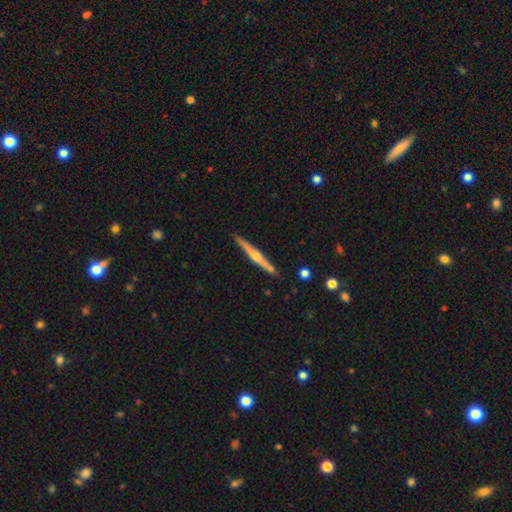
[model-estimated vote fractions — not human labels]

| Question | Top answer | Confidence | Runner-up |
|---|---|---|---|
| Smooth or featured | featured or disk | 78% | smooth (16%) |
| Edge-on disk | yes | 98% | no (2%) |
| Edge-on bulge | rounded | 91% | none (6%) |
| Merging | none | 90% | minor disturbance (7%) |